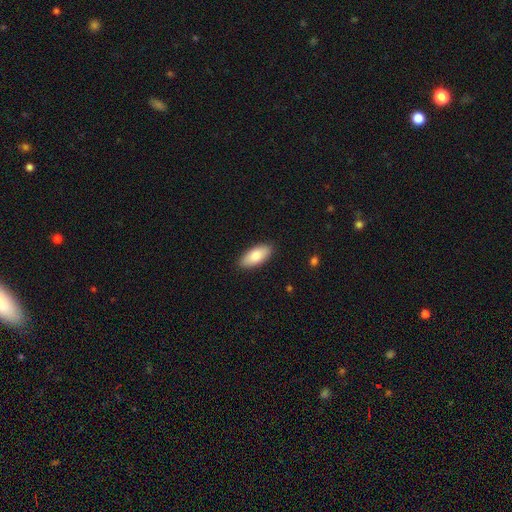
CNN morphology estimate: Smooth or featured? Predicted: smooth (p=0.83). How rounded? Predicted: in between (p=0.89). Merging? Predicted: none (p=0.89).